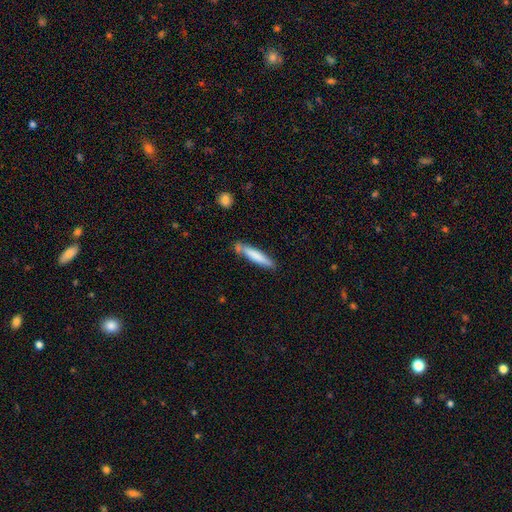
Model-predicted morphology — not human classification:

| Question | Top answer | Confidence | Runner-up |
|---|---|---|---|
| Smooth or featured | smooth | 74% | featured or disk (21%) |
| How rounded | cigar-shaped | 90% | in between (9%) |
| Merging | none | 70% | minor disturbance (17%) |